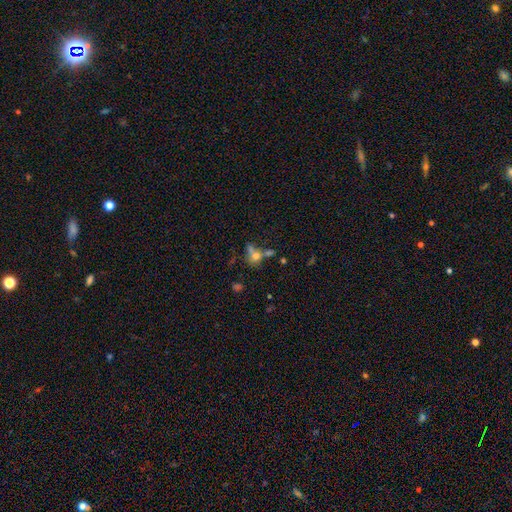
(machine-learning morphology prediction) Smooth or featured: smooth — 67% (featured or disk — 18%)
How rounded: round — 70% (in between — 28%)
Merging: merger — 44% (none — 37%)